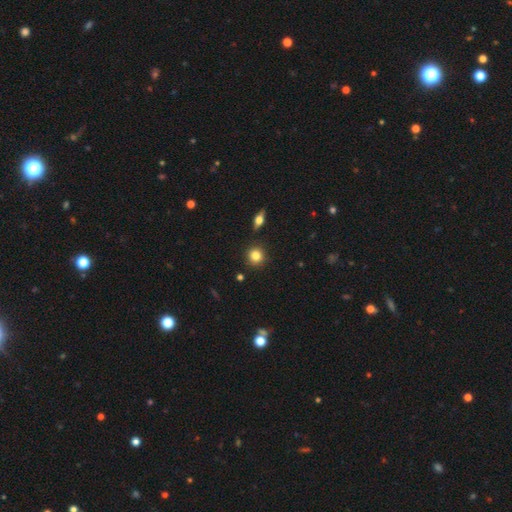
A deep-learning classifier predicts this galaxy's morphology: smooth-or-featured: smooth: 82% | star or artifact: 10% | featured or disk: 7%
  how-rounded: round: 90% | in between: 9% | cigar-shaped: 1%
  merging: none: 88% | minor disturbance: 8% | merger: 3% | major disturbance: 2%